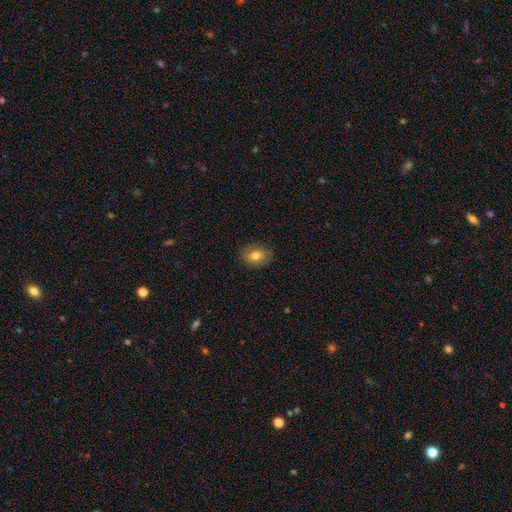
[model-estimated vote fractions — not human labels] smooth-or-featured: smooth: 77% | featured or disk: 14% | star or artifact: 9%
  how-rounded: in between: 67% | round: 32% | cigar-shaped: 1%
  merging: none: 86% | minor disturbance: 10% | major disturbance: 2% | merger: 1%